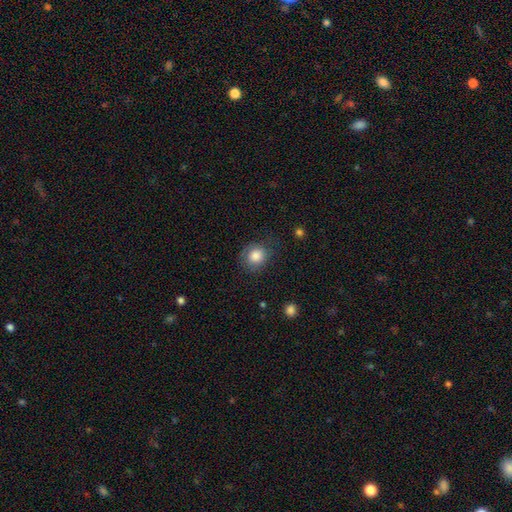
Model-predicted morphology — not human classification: smooth 81%, featured or disk 11%, star or artifact 8%. Down the decision tree: how rounded — round (77%); merging — none (70%).